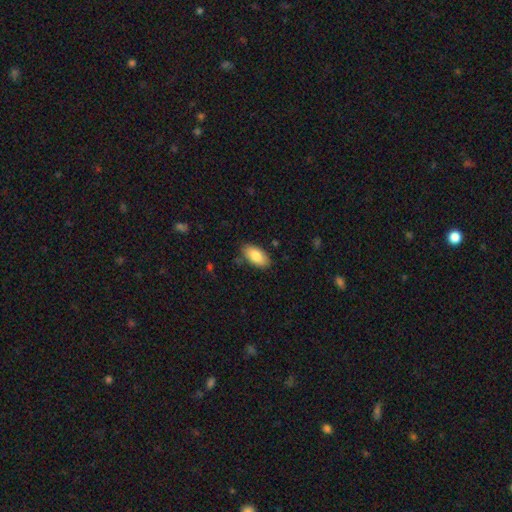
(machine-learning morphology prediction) Overall: smooth (84%). How rounded: in between (93%). Merging: none (81%).